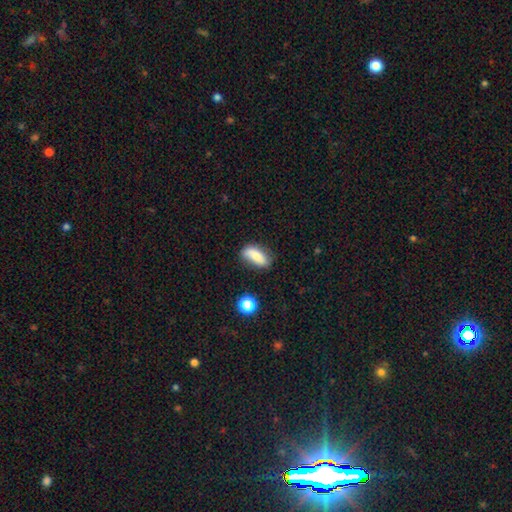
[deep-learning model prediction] The model was most divided on "merging": none: 68%, minor disturbance: 22%, major disturbance: 6%, merger: 4%. More confident: how rounded — in between (82%); smooth or featured — smooth (70%).